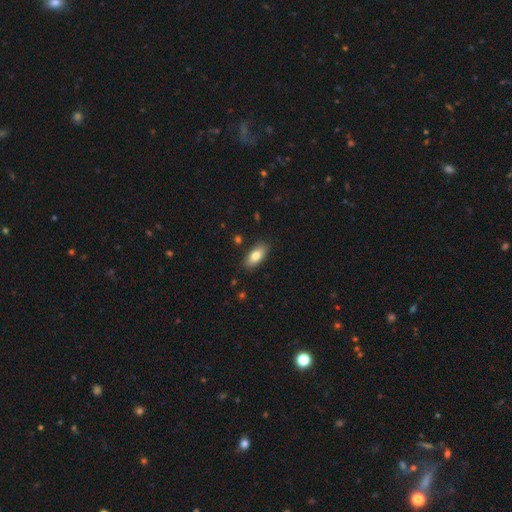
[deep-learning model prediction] Smooth or featured?
  - smooth: 79% *
  - featured or disk: 14%
  - star or artifact: 7%
How rounded?
  - in between: 86% *
  - cigar-shaped: 12%
  - round: 3%
Merging?
  - none: 87% *
  - minor disturbance: 10%
  - major disturbance: 2%
  - merger: 1%